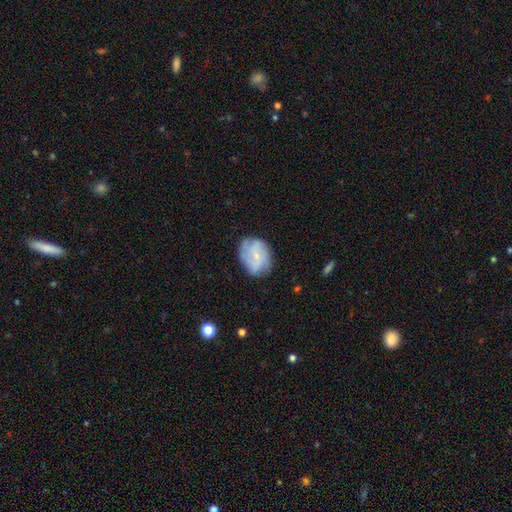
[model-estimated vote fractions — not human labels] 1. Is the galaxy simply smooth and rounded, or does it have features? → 57% featured or disk, 36% smooth, 8% star or artifact.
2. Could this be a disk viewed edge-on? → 97% no, 3% yes.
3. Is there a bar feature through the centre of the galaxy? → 58% no, 36% weak, 7% strong.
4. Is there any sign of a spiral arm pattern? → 83% yes, 17% no.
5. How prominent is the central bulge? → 72% small, 18% moderate, 9% none, 1% large, 1% dominant.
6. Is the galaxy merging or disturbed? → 70% none, 22% minor disturbance, 6% major disturbance, 1% merger.